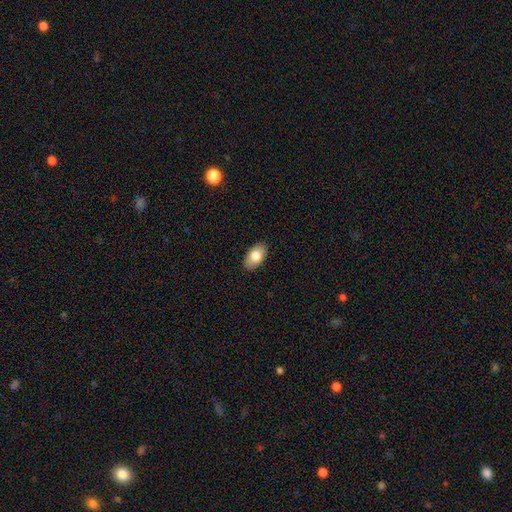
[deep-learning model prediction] This is clearly a smooth galaxy (80%). How rounded: clearly in between (94%). Merging: clearly none (89%).